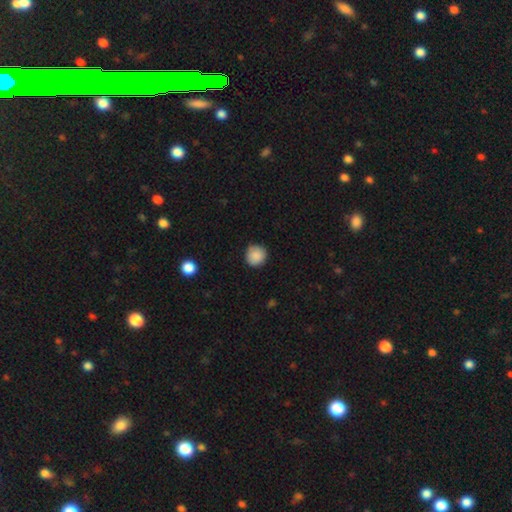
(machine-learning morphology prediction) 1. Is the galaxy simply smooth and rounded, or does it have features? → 88% smooth, 8% star or artifact, 4% featured or disk.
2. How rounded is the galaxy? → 94% round, 5% in between, 1% cigar-shaped.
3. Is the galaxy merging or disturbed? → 87% none, 10% minor disturbance, 2% major disturbance, 1% merger.